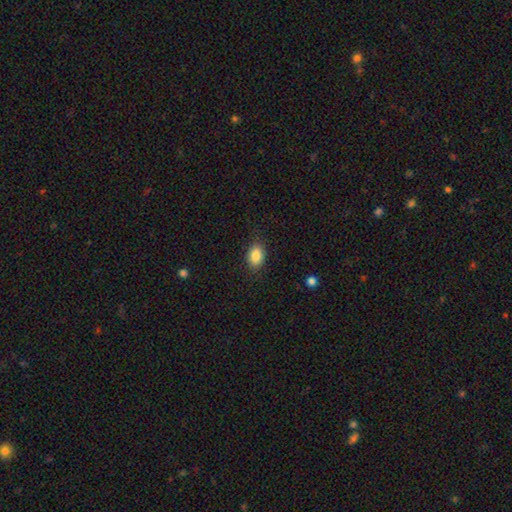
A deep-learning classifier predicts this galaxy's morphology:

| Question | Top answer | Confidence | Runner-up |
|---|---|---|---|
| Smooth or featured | smooth | 87% | star or artifact (8%) |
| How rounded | in between | 81% | round (17%) |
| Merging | none | 85% | minor disturbance (11%) |